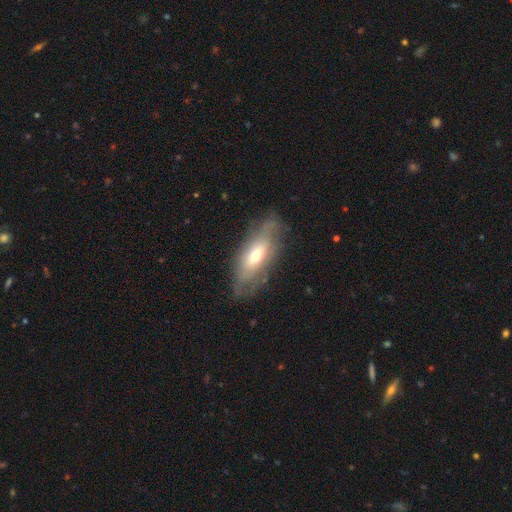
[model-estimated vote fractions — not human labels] Overall: featured or disk (50%; smooth 43%). Edge-on disk: no (70%; yes 30%). Merging: none (67%).